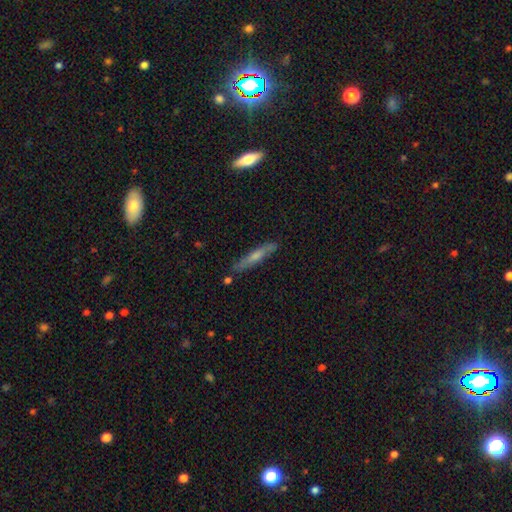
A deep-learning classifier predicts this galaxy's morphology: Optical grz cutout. It shows a featured or disk galaxy (51%) viewed edge-on (88%). Merging: none (83%).